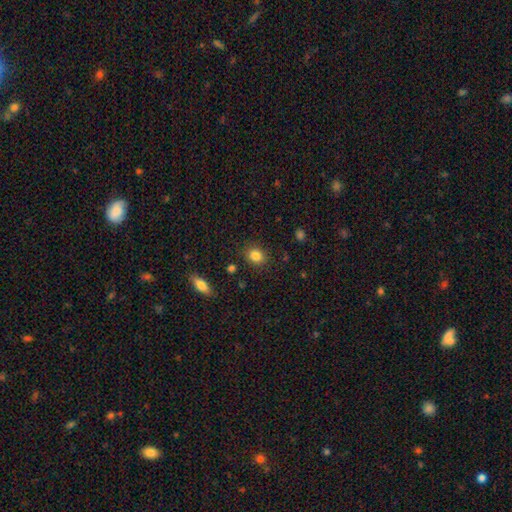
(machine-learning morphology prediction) Smooth or featured? smooth (84%)
How rounded? round (59%)
Merging? none (86%)